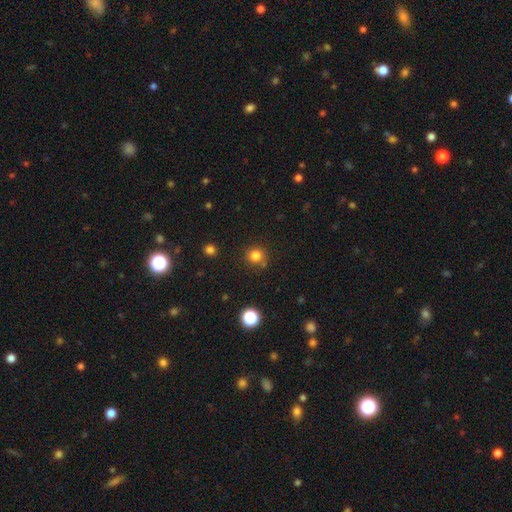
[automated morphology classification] smooth-or-featured: smooth: 81% | star or artifact: 14% | featured or disk: 5%
  how-rounded: round: 91% | in between: 8% | cigar-shaped: 1%
  merging: none: 80% | minor disturbance: 11% | merger: 6% | major disturbance: 3%